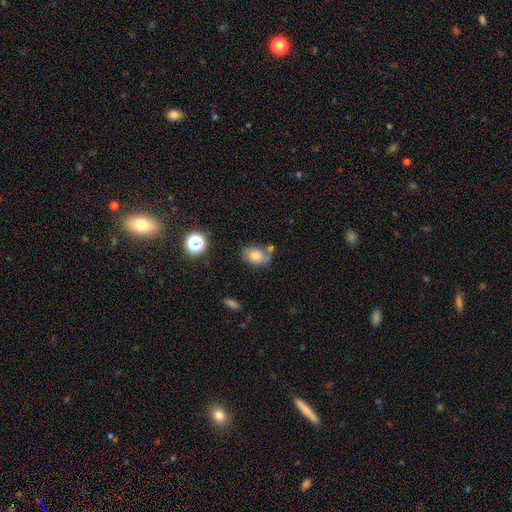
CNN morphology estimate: A smooth galaxy with no disk features (73%) that is in between round and cigar-shaped (73%). Merging: none (52%).